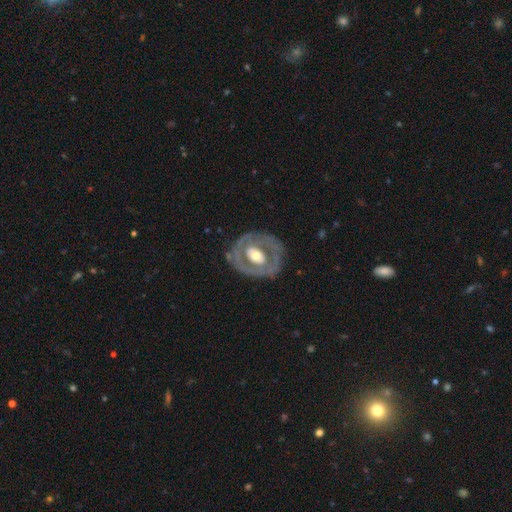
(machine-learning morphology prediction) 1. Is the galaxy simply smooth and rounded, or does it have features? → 70% featured or disk, 25% smooth, 5% star or artifact.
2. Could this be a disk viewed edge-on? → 95% no, 5% yes.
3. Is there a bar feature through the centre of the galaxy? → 68% no, 22% weak, 10% strong.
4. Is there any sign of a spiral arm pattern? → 67% no, 33% yes.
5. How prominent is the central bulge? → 61% moderate, 26% large, 10% small, 2% dominant, 1% none.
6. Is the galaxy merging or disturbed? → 69% none, 18% minor disturbance, 11% major disturbance, 2% merger.